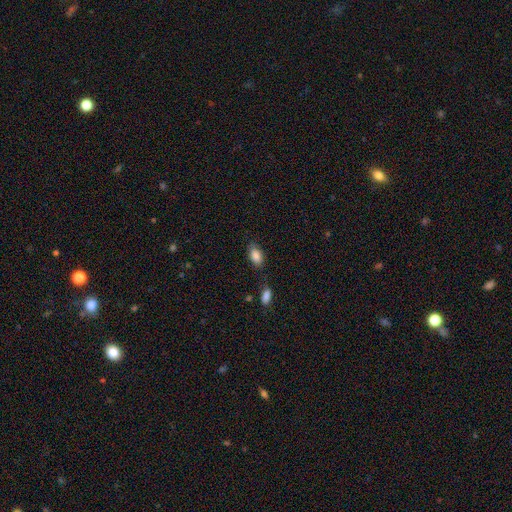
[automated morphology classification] Q: Smooth or featured?
A: smooth (85%); runner-up: featured or disk (8%)
Q: How rounded?
A: in between (91%); runner-up: round (5%)
Q: Merging?
A: none (75%); runner-up: minor disturbance (17%)